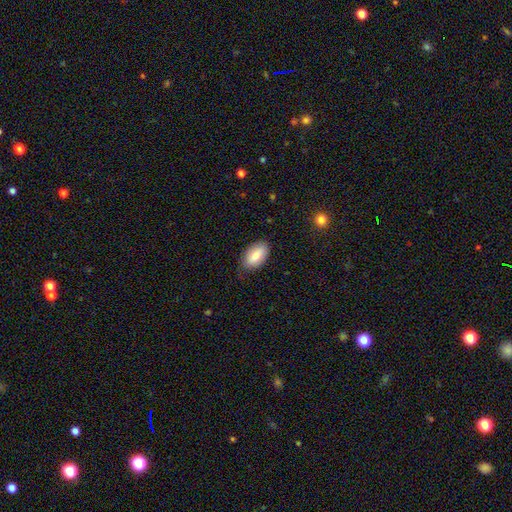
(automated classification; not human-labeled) This is clearly a smooth galaxy (82%). How rounded: clearly in between (94%). Merging: likely none (74%).